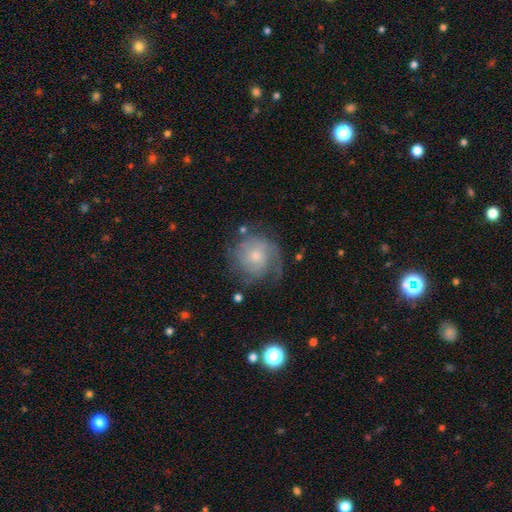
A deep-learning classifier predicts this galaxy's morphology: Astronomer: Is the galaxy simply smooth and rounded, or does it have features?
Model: featured or disk — 67%.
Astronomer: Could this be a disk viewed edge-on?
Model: no — 97%.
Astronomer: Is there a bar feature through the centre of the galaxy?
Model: no — 76%.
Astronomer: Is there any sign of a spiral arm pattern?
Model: yes — 88%.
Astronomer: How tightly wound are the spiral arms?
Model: tight — 54% (runner-up: medium, 32%).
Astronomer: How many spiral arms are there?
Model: can't tell — 36% (runner-up: 2, 26%).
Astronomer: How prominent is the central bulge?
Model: small — 56% (runner-up: moderate, 37%).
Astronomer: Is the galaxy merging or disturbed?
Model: none — 60%.